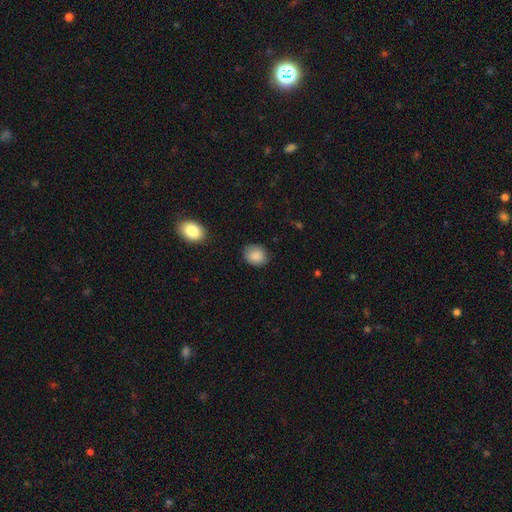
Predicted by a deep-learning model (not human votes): This is clearly a smooth galaxy (88%). How rounded: possibly round (58%). Merging: likely none (78%).